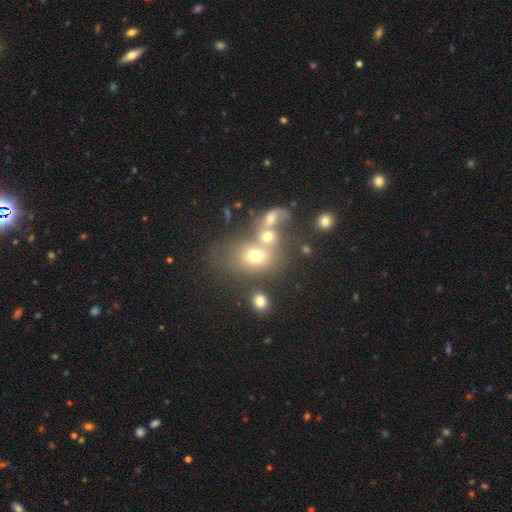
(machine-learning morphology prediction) Smooth or featured: smooth — 60% (featured or disk — 22%)
How rounded: round — 53% (in between — 46%)
Merging: merger — 54% (none — 28%)